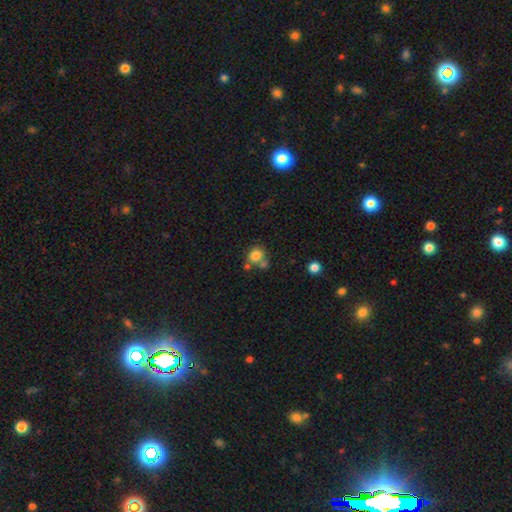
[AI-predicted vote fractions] smooth 80%, star or artifact 12%, featured or disk 8%. Down the decision tree: how rounded — round (78%); merging — none (55%).